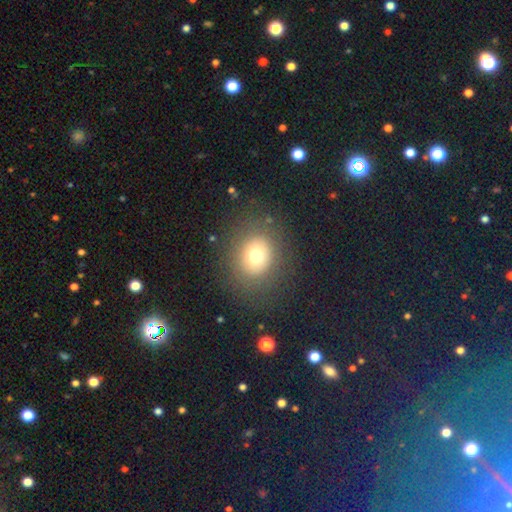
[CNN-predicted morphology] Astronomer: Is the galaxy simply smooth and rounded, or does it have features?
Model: smooth — 69%.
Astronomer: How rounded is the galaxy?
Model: round — 75%.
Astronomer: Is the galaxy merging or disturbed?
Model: none — 83%.